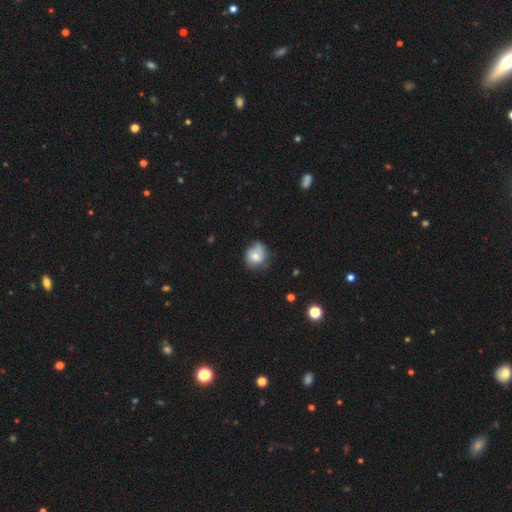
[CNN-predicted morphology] Q: Smooth or featured?
A: smooth (64%); runner-up: featured or disk (27%)
Q: How rounded?
A: round (69%); runner-up: in between (30%)
Q: Merging?
A: none (58%); runner-up: minor disturbance (31%)